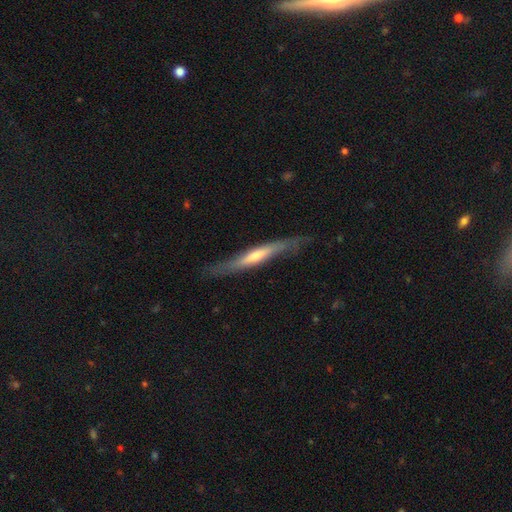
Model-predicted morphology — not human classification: Smooth or featured? featured or disk (62%)
Edge-on disk? yes (87%)
Edge-on bulge? rounded (48%)
Merging? none (77%)